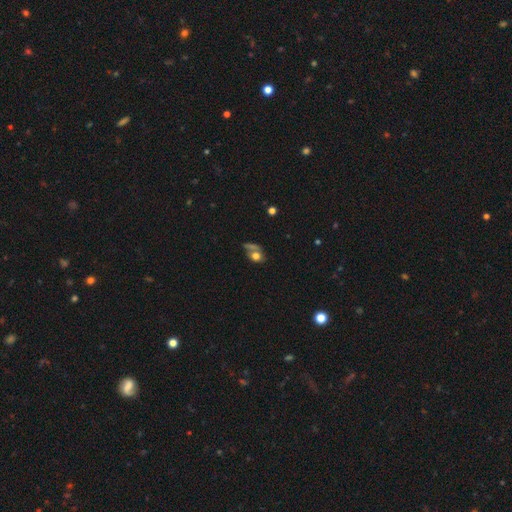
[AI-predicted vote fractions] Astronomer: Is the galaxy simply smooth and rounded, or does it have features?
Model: smooth — 65%.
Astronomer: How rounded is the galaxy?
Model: in between — 52% (runner-up: round, 44%).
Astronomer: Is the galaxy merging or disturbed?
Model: none — 35% (runner-up: merger, 31%).